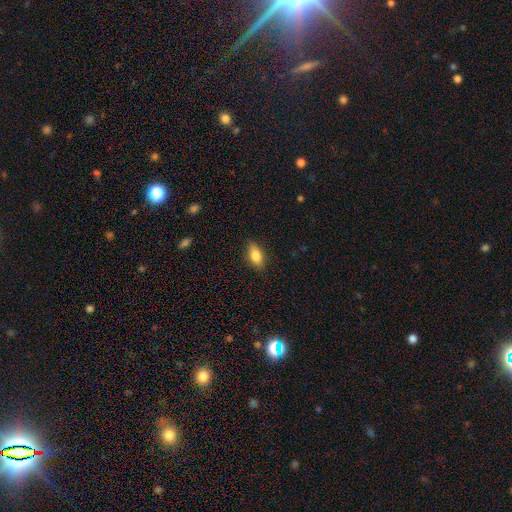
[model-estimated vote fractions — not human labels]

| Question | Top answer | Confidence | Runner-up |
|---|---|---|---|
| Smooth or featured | smooth | 78% | featured or disk (14%) |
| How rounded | in between | 83% | cigar-shaped (12%) |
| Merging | none | 85% | minor disturbance (11%) |